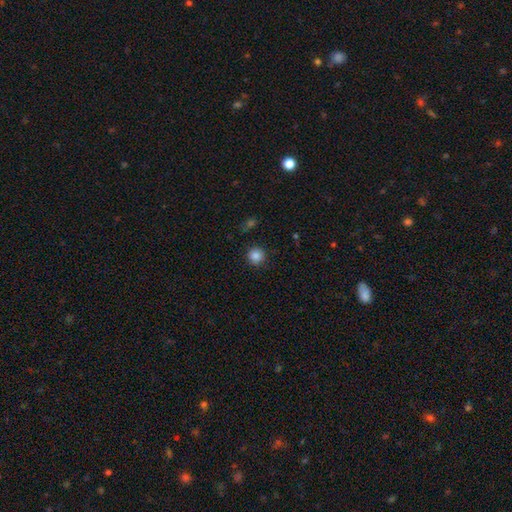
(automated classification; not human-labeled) Smooth or featured? Predicted: smooth (p=0.86). How rounded? Predicted: round (p=0.94). Merging? Predicted: none (p=0.89).